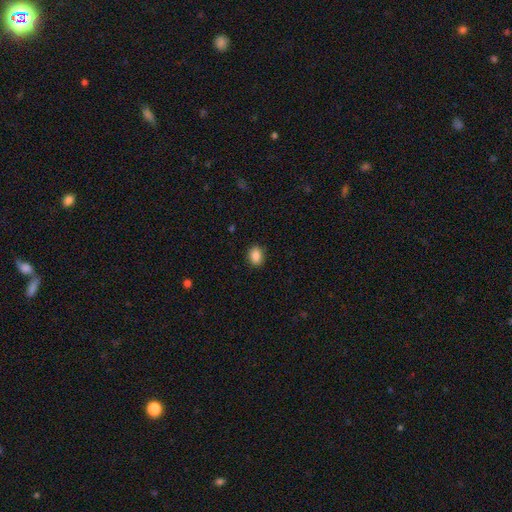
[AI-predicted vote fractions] This is clearly a smooth galaxy (88%). How rounded: likely in between (63%). Merging: clearly none (89%).